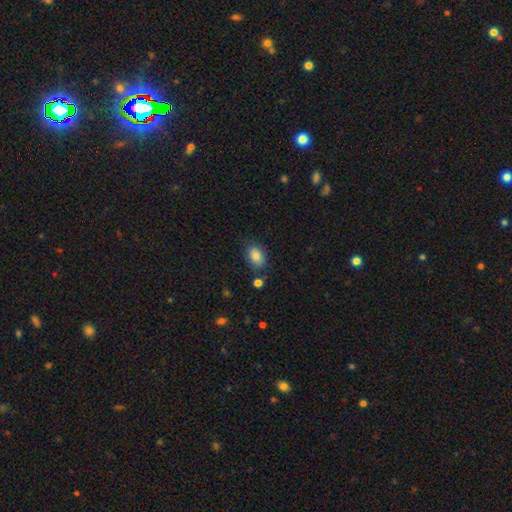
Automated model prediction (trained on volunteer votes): Smooth or featured? smooth (86%)
How rounded? in between (84%)
Merging? none (77%)